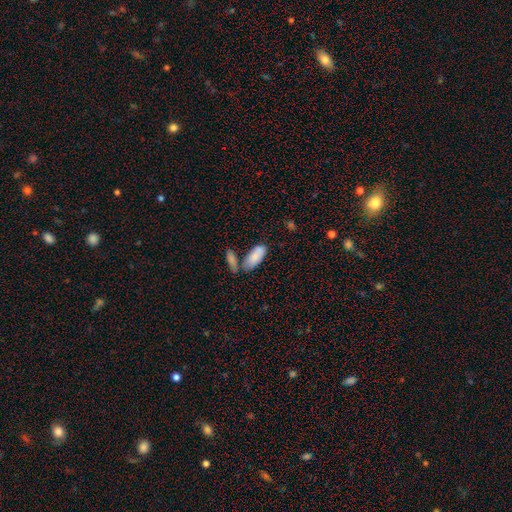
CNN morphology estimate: Smooth or featured: smooth — 82% (featured or disk — 12%)
How rounded: in between — 85% (cigar-shaped — 13%)
Merging: none — 51% (merger — 26%)